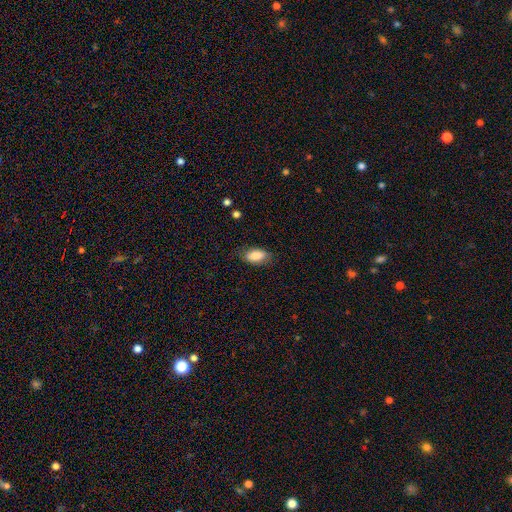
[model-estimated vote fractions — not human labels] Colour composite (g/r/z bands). It shows a smooth galaxy with no disk features (84%) that is in between round and cigar-shaped (92%). Merging: none (78%).